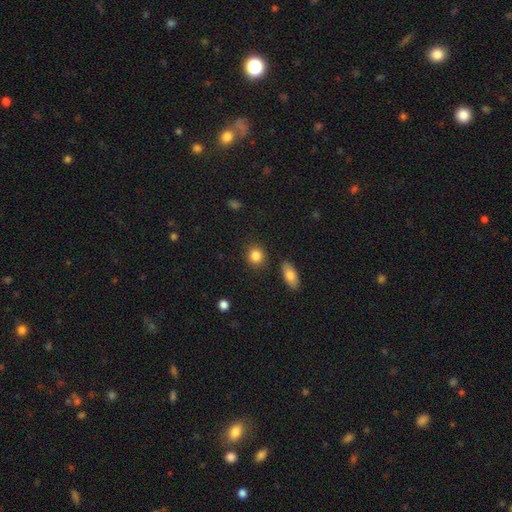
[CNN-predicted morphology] Smooth or featured? smooth (86%)
How rounded? round (81%)
Merging? none (87%)